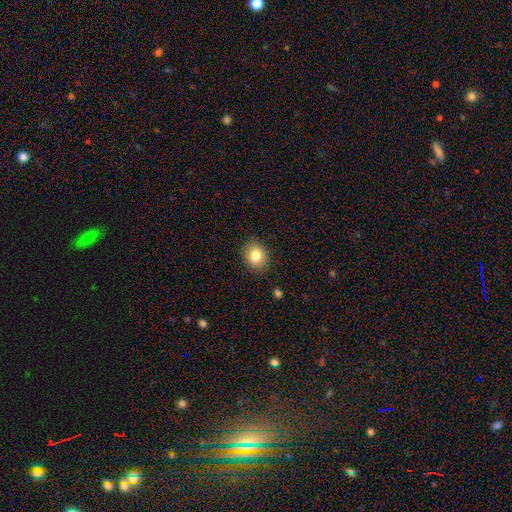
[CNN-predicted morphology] Smooth or featured?
  - smooth: 82% *
  - star or artifact: 10%
  - featured or disk: 8%
How rounded?
  - round: 58% *
  - in between: 41%
  - cigar-shaped: 1%
Merging?
  - none: 88% *
  - minor disturbance: 9%
  - major disturbance: 2%
  - merger: 1%